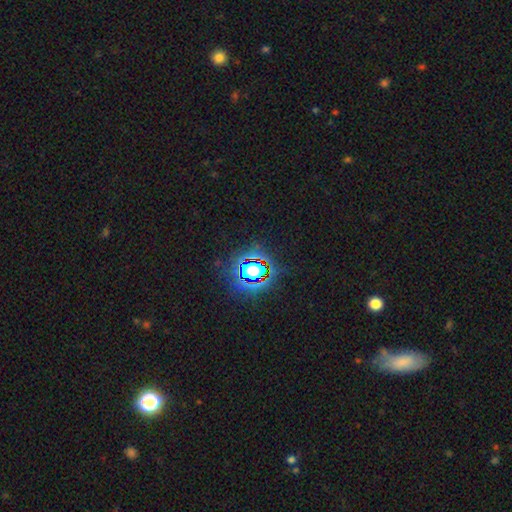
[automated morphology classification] smooth-or-featured: star or artifact: 80% | smooth: 12% | featured or disk: 8%